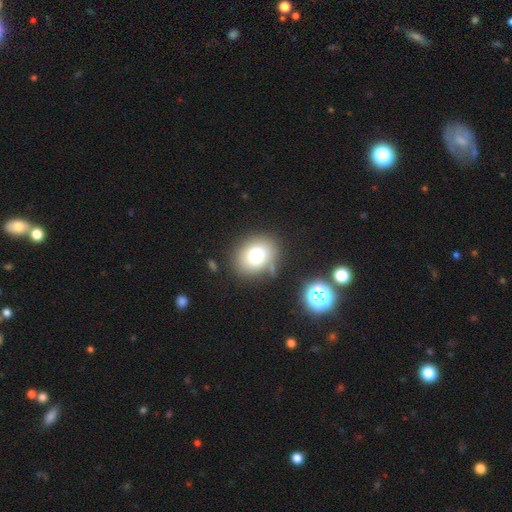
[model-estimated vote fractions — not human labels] Morphology: type=smooth (77%); roundness=in between (50%); merging=none (77%).